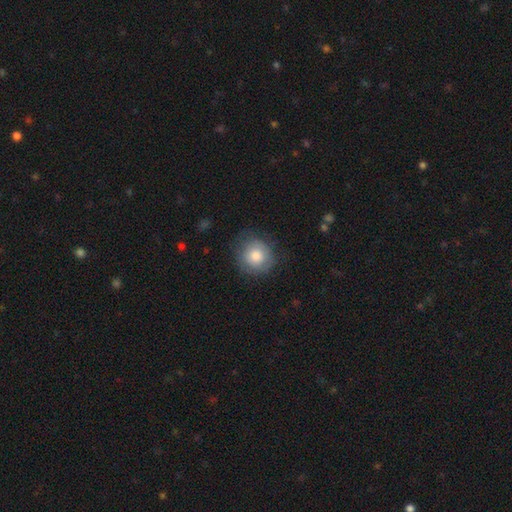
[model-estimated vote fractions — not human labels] Smooth or featured?
  - smooth: 76% *
  - featured or disk: 16%
  - star or artifact: 8%
How rounded?
  - round: 91% *
  - in between: 8%
  - cigar-shaped: 1%
Merging?
  - none: 75% *
  - minor disturbance: 17%
  - major disturbance: 6%
  - merger: 1%